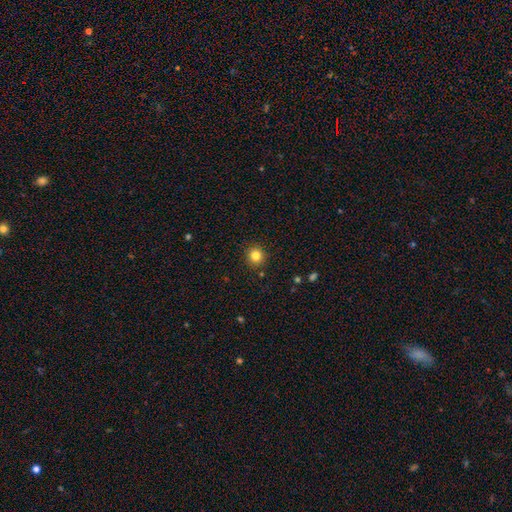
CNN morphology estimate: Smooth or featured?
  - smooth: 82% *
  - star or artifact: 13%
  - featured or disk: 6%
How rounded?
  - round: 93% *
  - in between: 6%
  - cigar-shaped: 1%
Merging?
  - none: 91% *
  - minor disturbance: 6%
  - major disturbance: 2%
  - merger: 1%